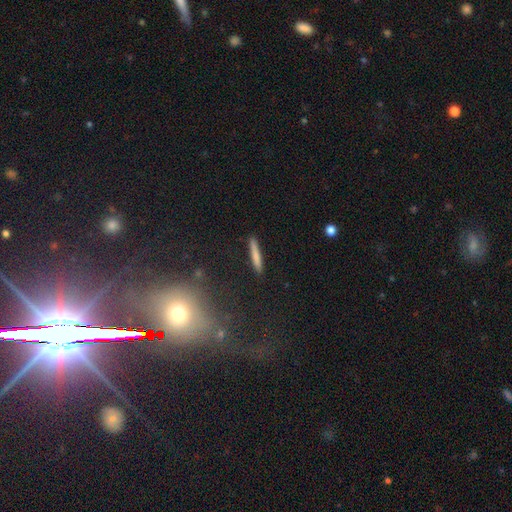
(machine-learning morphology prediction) The model was most divided on "smooth or featured": smooth: 76%, featured or disk: 17%, star or artifact: 7%. More confident: how rounded — cigar-shaped (95%); merging — none (90%).